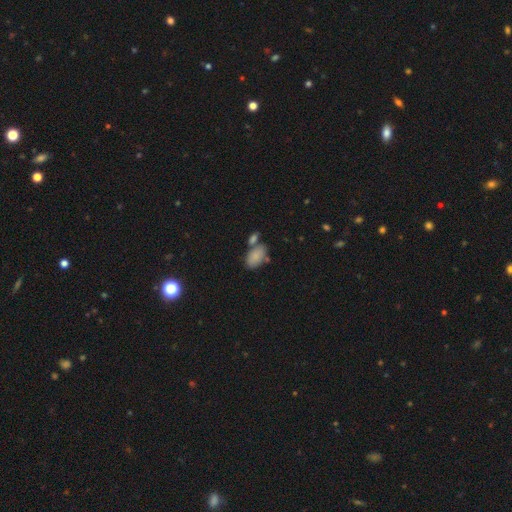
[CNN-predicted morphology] The model was most divided on "merging": none: 47%, merger: 32%, minor disturbance: 16%, major disturbance: 5%. More confident: how rounded — in between (93%); smooth or featured — smooth (82%).